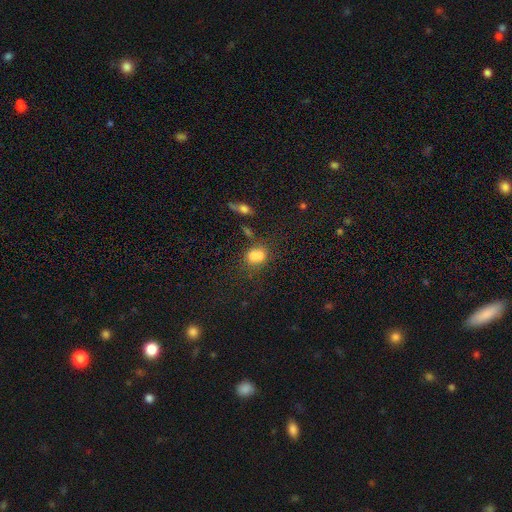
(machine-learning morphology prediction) The model was most divided on "how rounded": in between: 56%, round: 42%, cigar-shaped: 2%. Remaining: smooth or featured — smooth (70%); merging — merger (48%).